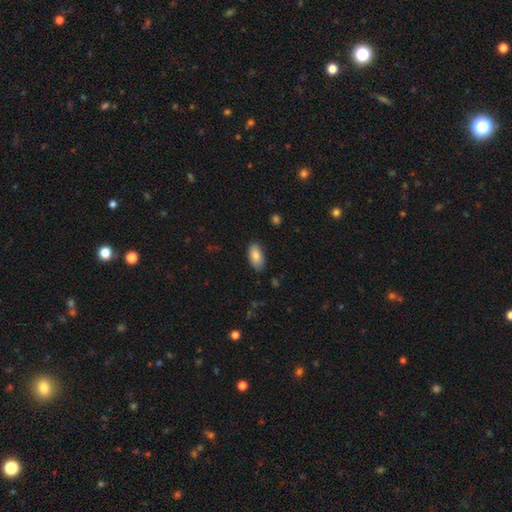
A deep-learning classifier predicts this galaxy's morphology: smooth_or_featured: smooth (p=0.85) [alt: featured or disk p=0.09]
how_rounded: in between (p=0.94) [alt: cigar-shaped p=0.04]
merging: none (p=0.83) [alt: minor disturbance p=0.14]